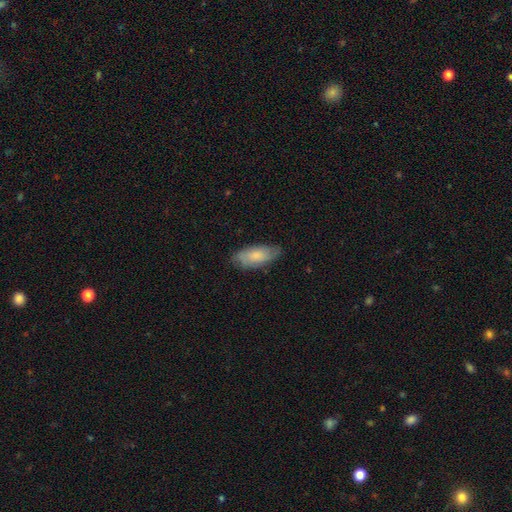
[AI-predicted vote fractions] This is likely a smooth galaxy (74%). How rounded: likely in between (77%). Merging: likely none (77%).